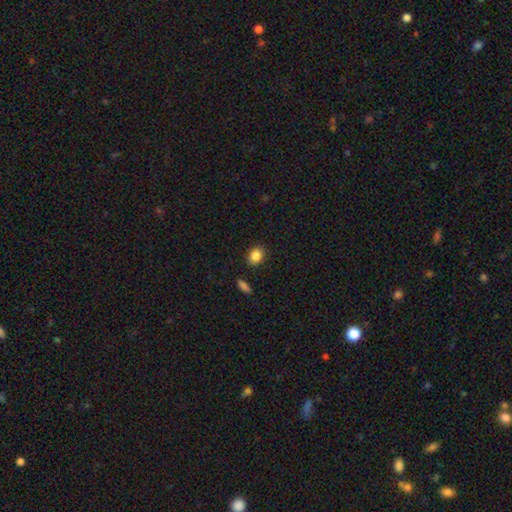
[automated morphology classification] type=smooth (86%); roundness=in between (54%); merging=none (88%).